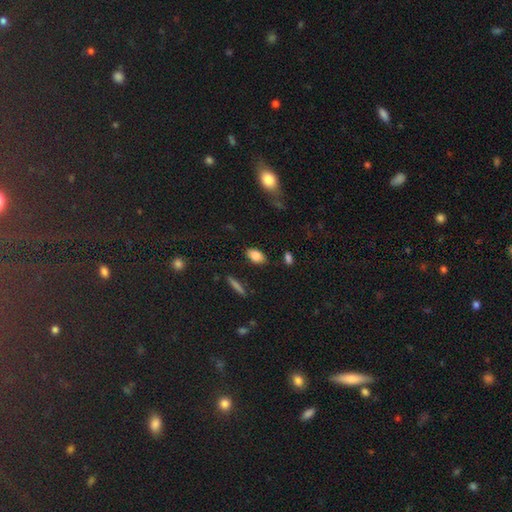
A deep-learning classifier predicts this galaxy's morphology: smooth-or-featured: smooth: 83% | featured or disk: 9% | star or artifact: 8%
  how-rounded: in between: 89% | round: 6% | cigar-shaped: 5%
  merging: none: 84% | minor disturbance: 11% | major disturbance: 3% | merger: 2%